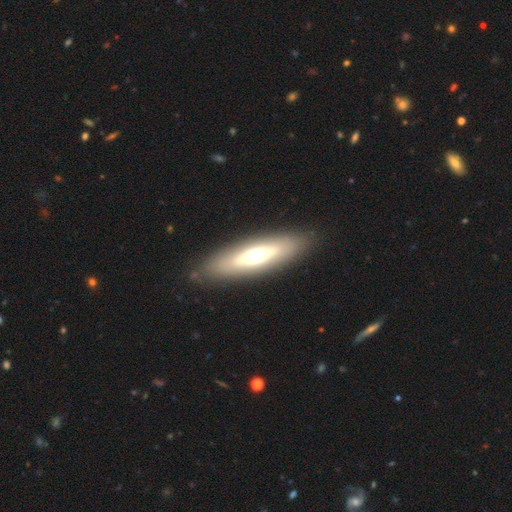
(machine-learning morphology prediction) This is possibly a featured or disk galaxy (48%). Merging: clearly none (86%).